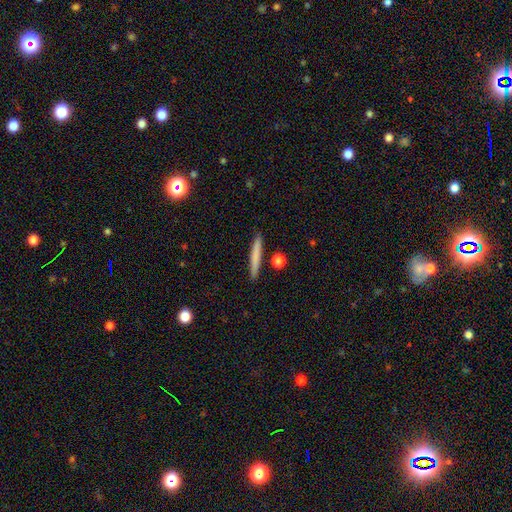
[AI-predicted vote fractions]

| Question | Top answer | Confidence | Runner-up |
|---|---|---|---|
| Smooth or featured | smooth | 74% | featured or disk (20%) |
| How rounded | cigar-shaped | 96% | in between (3%) |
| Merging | none | 89% | minor disturbance (7%) |